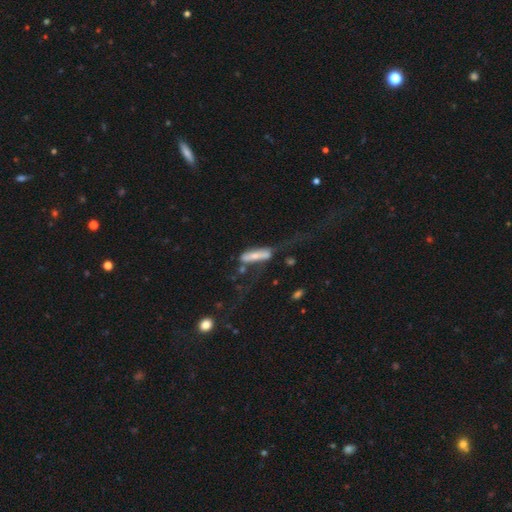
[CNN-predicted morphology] This is possibly a smooth galaxy (52%). How rounded: likely cigar-shaped (68%). Merging: marginally major disturbance (42%).